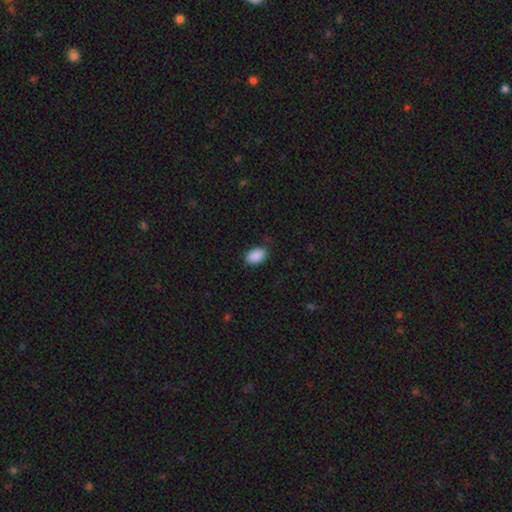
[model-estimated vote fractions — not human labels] smooth_or_featured: smooth (p=0.90) [alt: star or artifact p=0.07]
how_rounded: in between (p=0.92) [alt: round p=0.07]
merging: none (p=0.82) [alt: minor disturbance p=0.14]